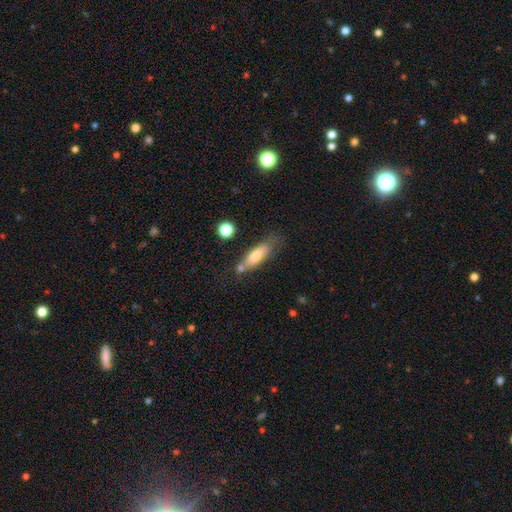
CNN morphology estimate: smooth 67%, featured or disk 26%, star or artifact 7%. Down the decision tree: how rounded — cigar-shaped (50%); merging — none (59%).